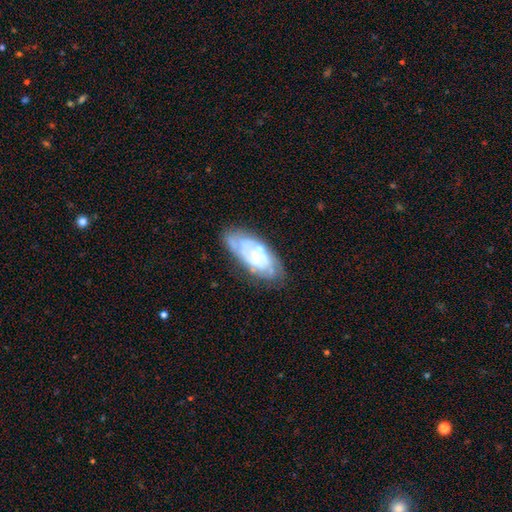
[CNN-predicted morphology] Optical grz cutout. It shows a featured or disk galaxy (72%) with no bar (70%), spiral arms (72%) and a small central bulge (62%). Merging: none (64%).